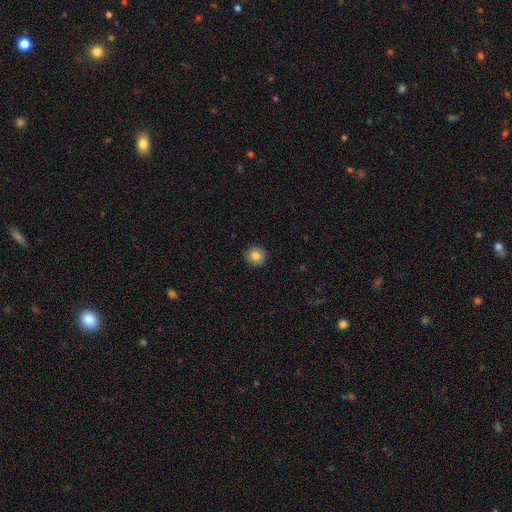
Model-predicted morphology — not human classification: A smooth galaxy with no disk features (83%) that is round (92%). Merging: none (91%).